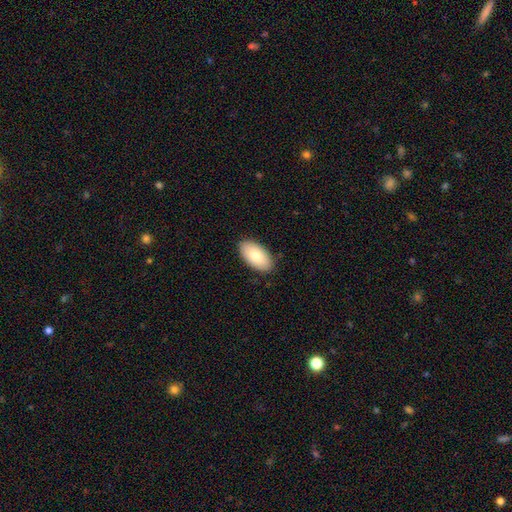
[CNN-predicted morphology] A smooth galaxy with no disk features (83%) that is in between round and cigar-shaped (96%). Merging: none (88%).